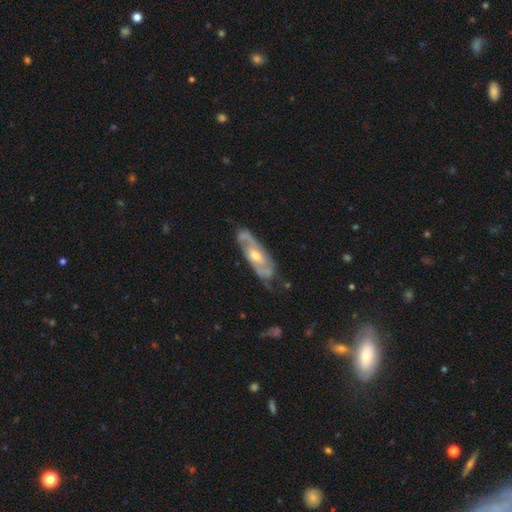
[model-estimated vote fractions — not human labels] Smooth or featured? featured or disk (82%)
Edge-on disk? no (84%)
Bar? no (52%)
Spiral arms? yes (89%)
Spiral winding? medium (43%)
Spiral arm count? 2 (68%)
Bulge size? moderate (66%)
Merging? none (71%)